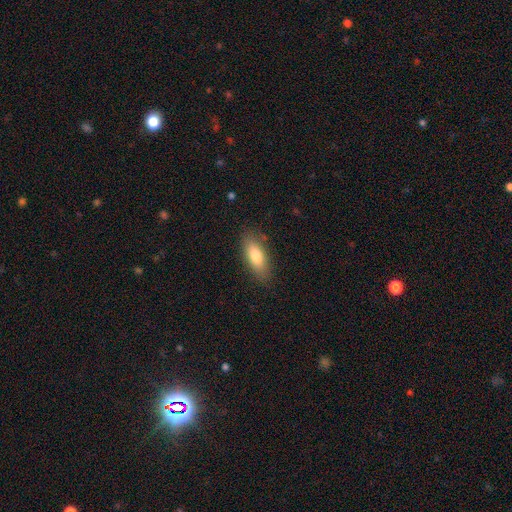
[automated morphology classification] smooth-or-featured: smooth: 78% | featured or disk: 15% | star or artifact: 7%
  how-rounded: in between: 75% | cigar-shaped: 22% | round: 3%
  merging: none: 84% | minor disturbance: 12% | major disturbance: 3% | merger: 1%